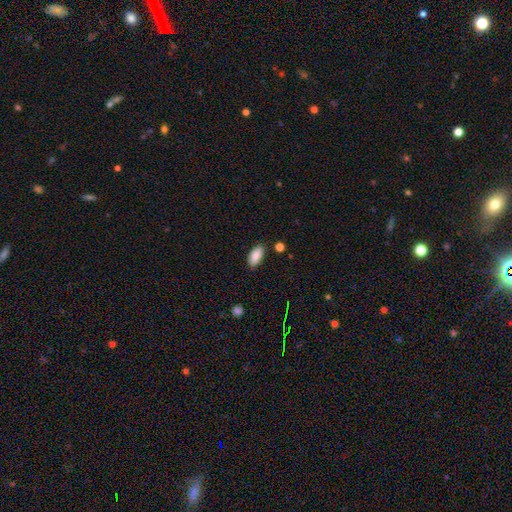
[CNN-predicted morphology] This appears to be a smooth galaxy with no disk features (88%) that is in between round and cigar-shaped (91%). Merging: none (85%).